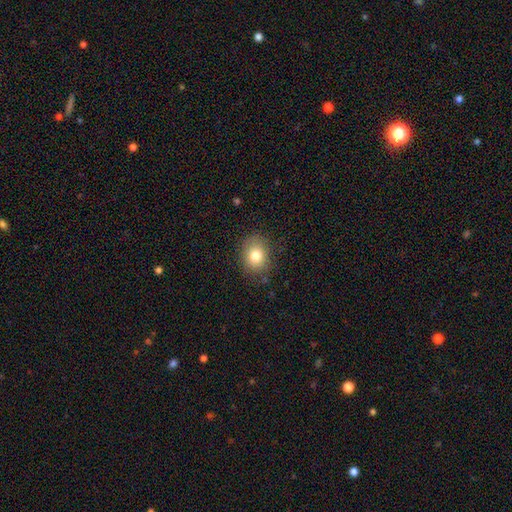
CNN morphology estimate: Smooth or featured: smooth — 80% (star or artifact — 10%)
How rounded: round — 54% (in between — 45%)
Merging: none — 83% (minor disturbance — 12%)